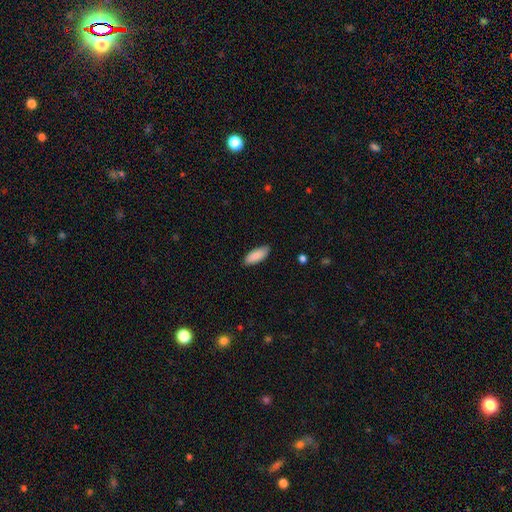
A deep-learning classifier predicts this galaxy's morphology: This is clearly a smooth galaxy (90%). How rounded: clearly in between (81%). Merging: clearly none (84%).